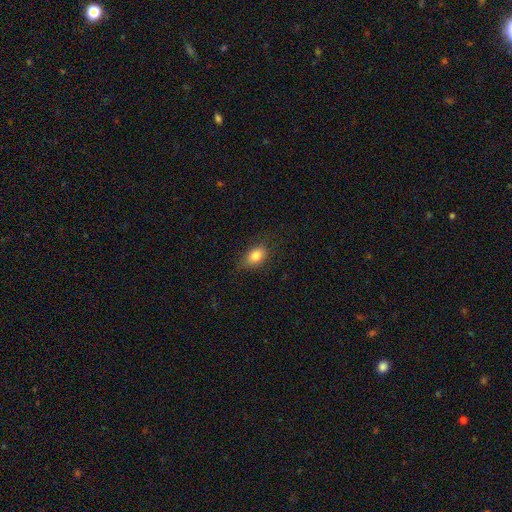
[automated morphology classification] type=smooth (82%); roundness=in between (82%); merging=none (75%).